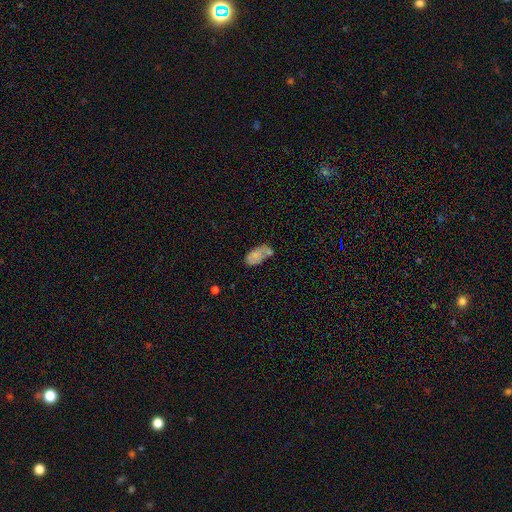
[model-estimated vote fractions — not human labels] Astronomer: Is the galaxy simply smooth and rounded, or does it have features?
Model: smooth — 70%.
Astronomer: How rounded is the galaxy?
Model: in between — 93%.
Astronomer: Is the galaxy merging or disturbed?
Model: none — 37% (runner-up: merger, 27%).